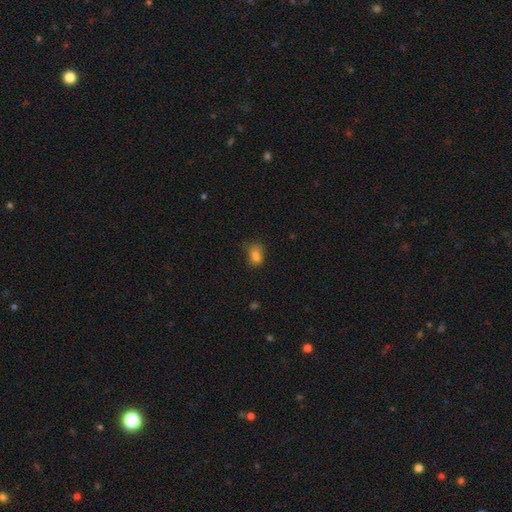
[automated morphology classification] The model was most divided on "merging": none: 51%, minor disturbance: 30%, major disturbance: 14%, merger: 5%. More confident: smooth or featured — smooth (79%); how rounded — in between (77%).